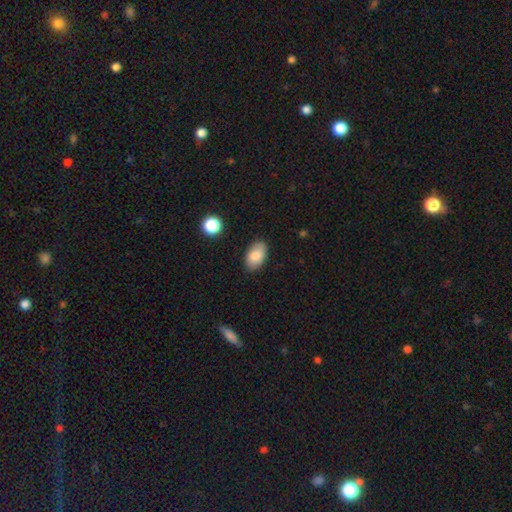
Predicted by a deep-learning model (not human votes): This is clearly a smooth galaxy (84%). How rounded: clearly in between (93%). Merging: clearly none (83%).